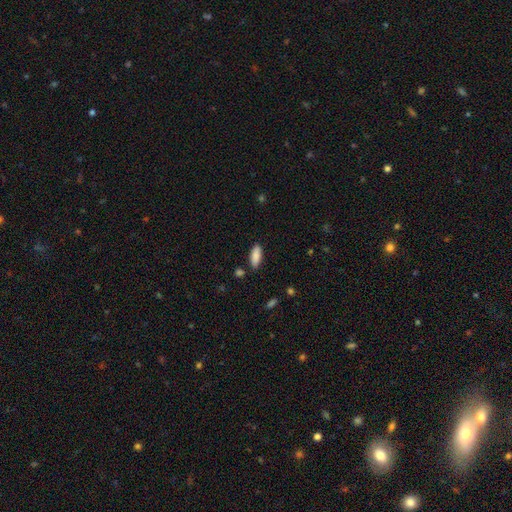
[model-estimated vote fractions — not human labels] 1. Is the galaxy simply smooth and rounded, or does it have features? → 87% smooth, 6% star or artifact, 6% featured or disk.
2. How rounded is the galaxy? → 74% in between, 24% cigar-shaped, 2% round.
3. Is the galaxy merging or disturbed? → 84% none, 11% minor disturbance, 3% merger, 2% major disturbance.